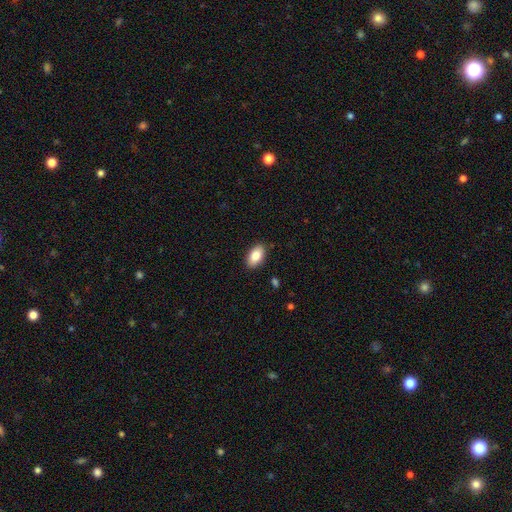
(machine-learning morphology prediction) Q: Smooth or featured?
A: smooth (85%); runner-up: featured or disk (8%)
Q: How rounded?
A: in between (93%); runner-up: round (5%)
Q: Merging?
A: none (88%); runner-up: minor disturbance (9%)